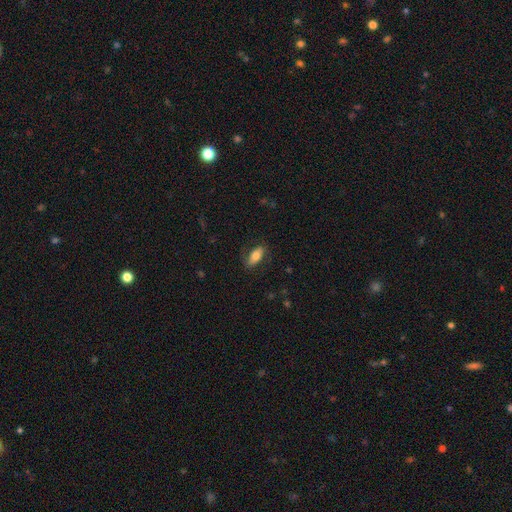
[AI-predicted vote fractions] Smooth or featured? smooth (70%)
How rounded? in between (80%)
Merging? none (75%)